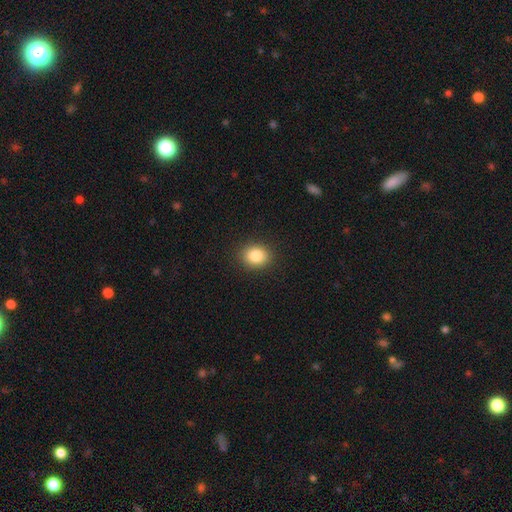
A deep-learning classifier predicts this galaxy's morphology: smooth 85%, star or artifact 9%, featured or disk 6%. Down the decision tree: how rounded — round (56%); merging — none (90%).